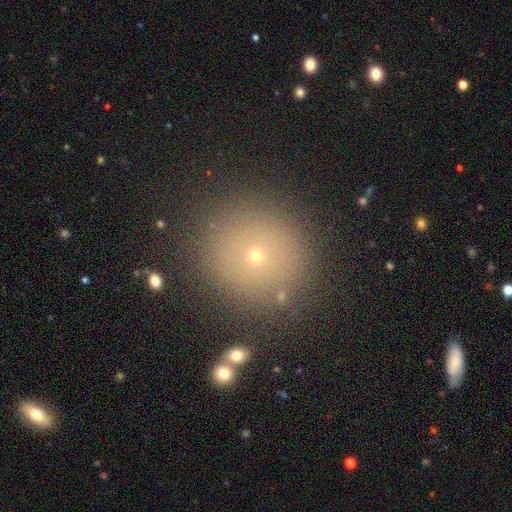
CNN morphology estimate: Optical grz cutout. It shows a smooth galaxy with no disk features (63%) that is round (93%). Merging: none (88%).